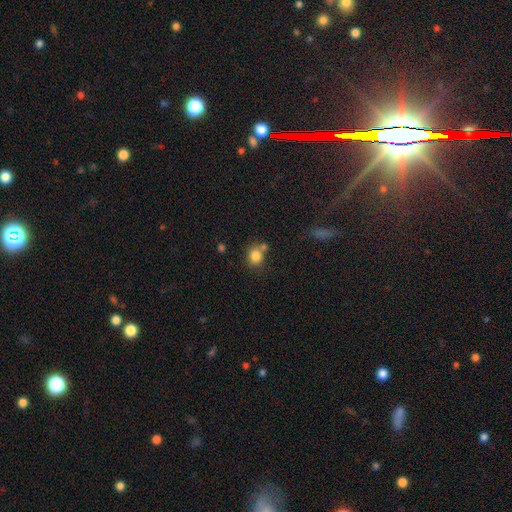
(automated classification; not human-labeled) smooth-or-featured: smooth: 82% | star or artifact: 11% | featured or disk: 7%
  how-rounded: round: 73% | in between: 26% | cigar-shaped: 1%
  merging: none: 61% | merger: 20% | minor disturbance: 15% | major disturbance: 5%